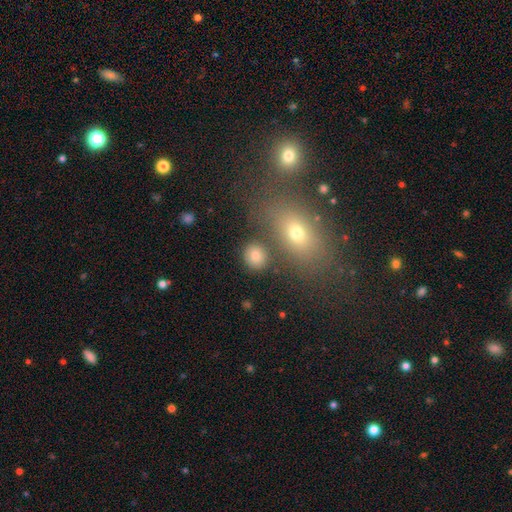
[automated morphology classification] Smooth or featured? smooth (80%)
How rounded? round (74%)
Merging? none (78%)